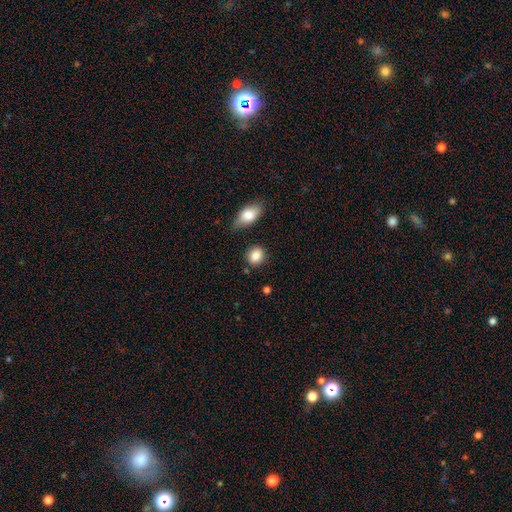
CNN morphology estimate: This is clearly a smooth galaxy (86%). How rounded: likely round (77%). Merging: clearly none (81%).